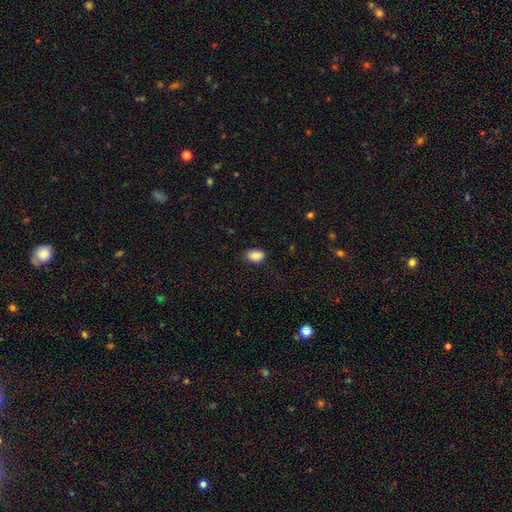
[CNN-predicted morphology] smooth 89%, star or artifact 8%, featured or disk 4%. Down the decision tree: how rounded — in between (87%); merging — none (76%).